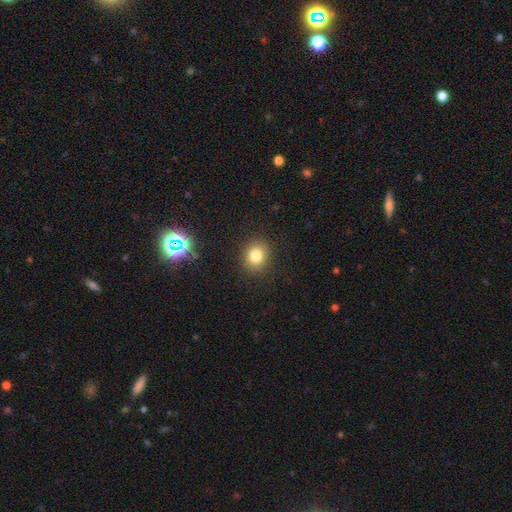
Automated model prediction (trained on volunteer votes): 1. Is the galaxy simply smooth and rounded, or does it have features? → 80% smooth, 13% star or artifact, 7% featured or disk.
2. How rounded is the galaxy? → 76% round, 23% in between, 1% cigar-shaped.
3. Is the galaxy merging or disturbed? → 88% none, 8% minor disturbance, 3% major disturbance, 1% merger.